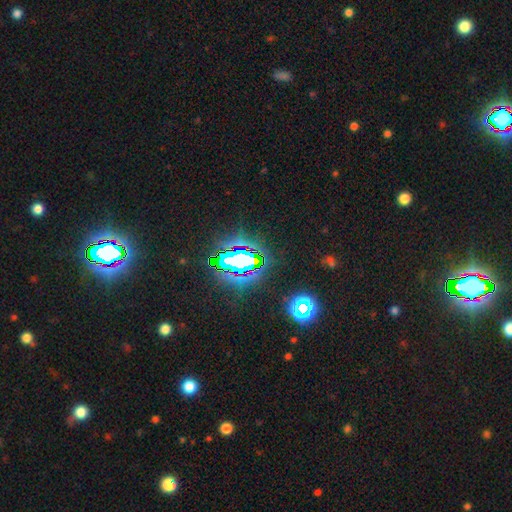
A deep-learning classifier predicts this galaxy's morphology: smooth-or-featured: star or artifact: 82% | smooth: 11% | featured or disk: 7%